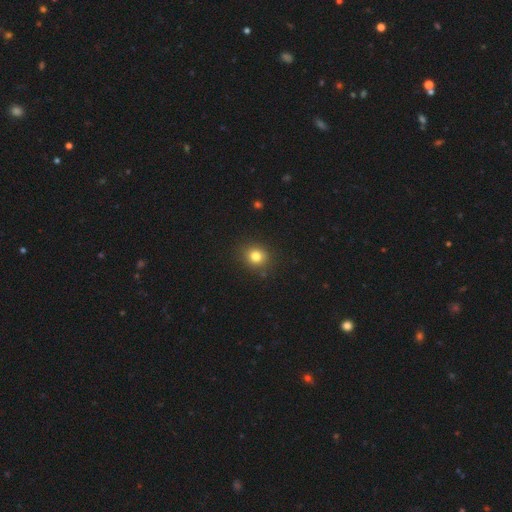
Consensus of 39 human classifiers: This is clearly a smooth galaxy (85%). How rounded: clearly round (94%). Merging: clearly none (84%).